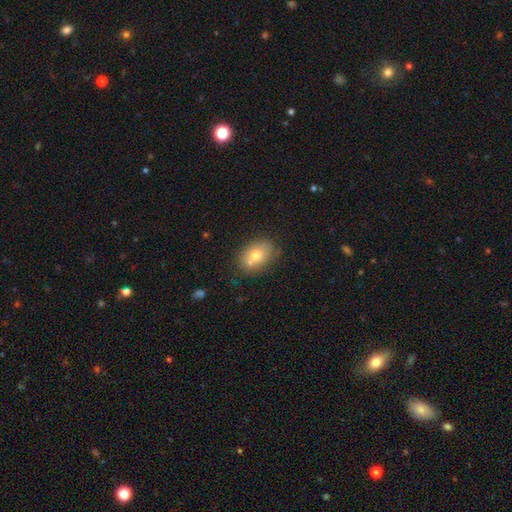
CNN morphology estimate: type=smooth (70%); roundness=in between (73%); merging=none (57%).